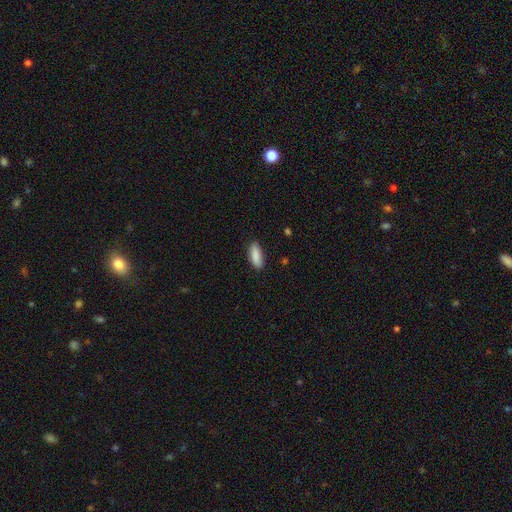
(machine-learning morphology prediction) smooth-or-featured: smooth: 89% | star or artifact: 6% | featured or disk: 5%
  how-rounded: in between: 67% | cigar-shaped: 31% | round: 2%
  merging: none: 87% | minor disturbance: 10% | major disturbance: 2% | merger: 1%